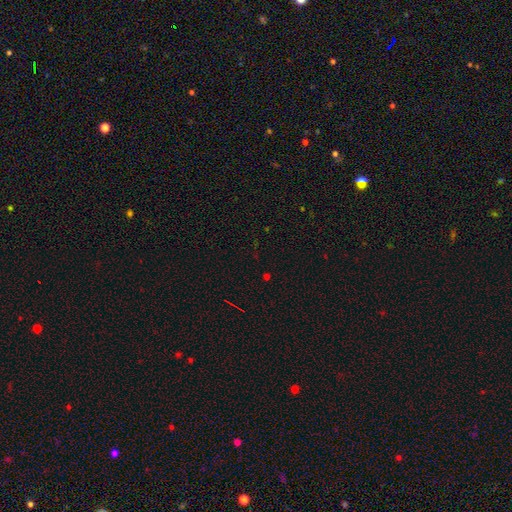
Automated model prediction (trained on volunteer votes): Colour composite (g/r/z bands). It shows a star or artifact, not a galaxy (71%).